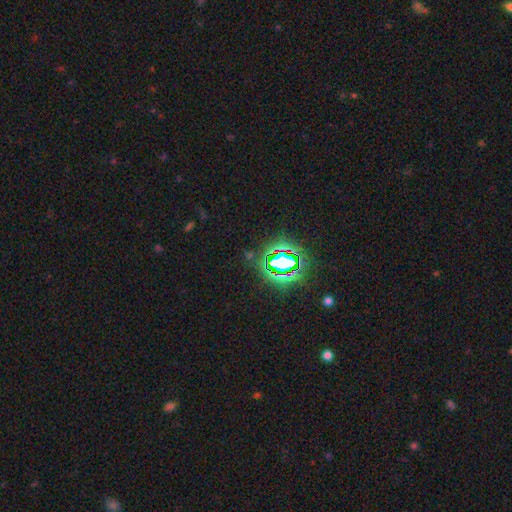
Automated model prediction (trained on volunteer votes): Morphology: type=star or artifact (83%).